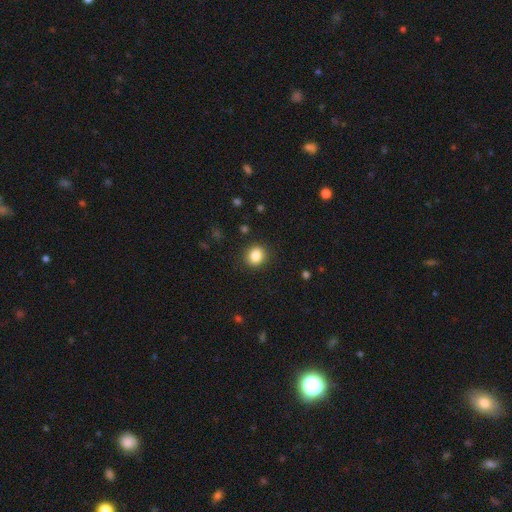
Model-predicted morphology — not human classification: This appears to be a smooth galaxy with no disk features (85%) that is round (75%). Merging: none (90%).